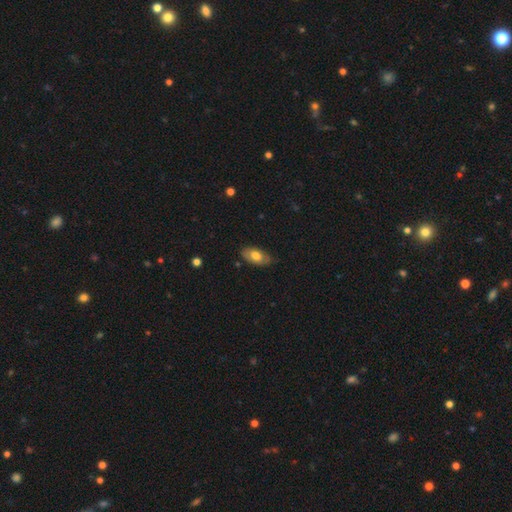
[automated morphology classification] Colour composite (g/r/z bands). It shows a smooth galaxy with no disk features (71%) that is in between round and cigar-shaped (91%). Merging: none (73%).